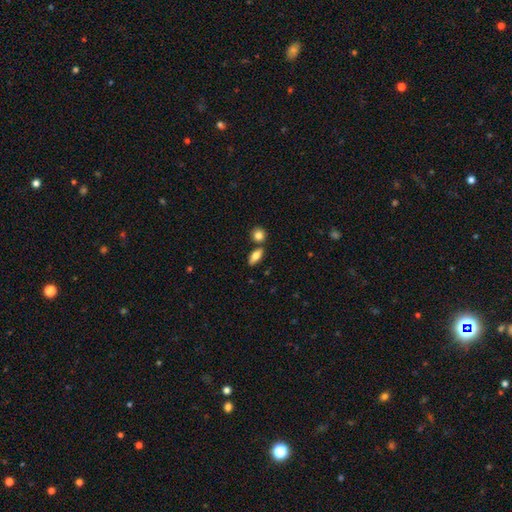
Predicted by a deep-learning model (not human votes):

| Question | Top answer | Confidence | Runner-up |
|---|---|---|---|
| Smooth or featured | smooth | 69% | featured or disk (23%) |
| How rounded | in between | 75% | cigar-shaped (18%) |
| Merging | none | 73% | merger (14%) |